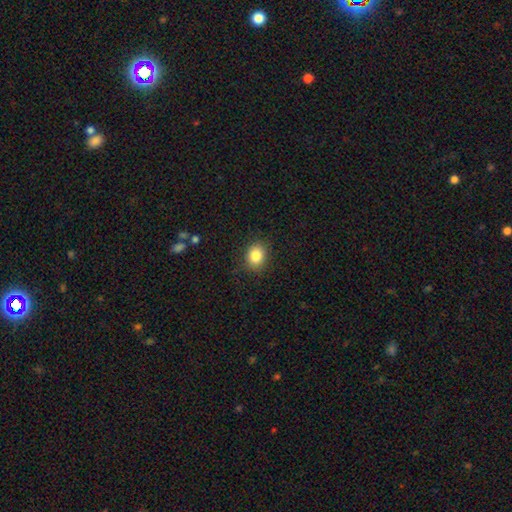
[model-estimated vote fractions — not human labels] Smooth or featured?
  - smooth: 84% *
  - star or artifact: 10%
  - featured or disk: 6%
How rounded?
  - round: 51% *
  - in between: 48%
  - cigar-shaped: 1%
Merging?
  - none: 87% *
  - minor disturbance: 9%
  - major disturbance: 3%
  - merger: 1%